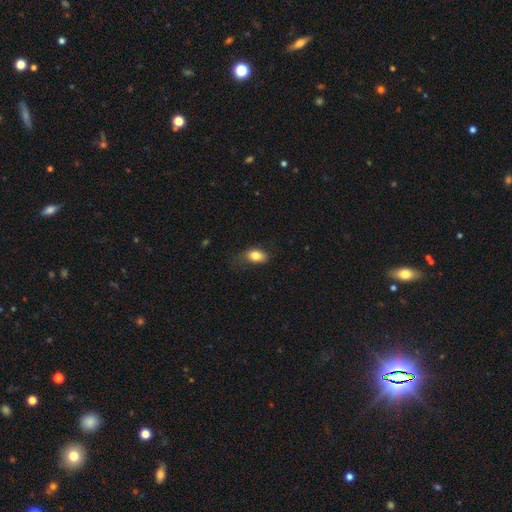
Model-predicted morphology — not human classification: Smooth or featured: smooth — 81% (featured or disk — 10%)
How rounded: in between — 84% (round — 14%)
Merging: none — 60% (minor disturbance — 28%)